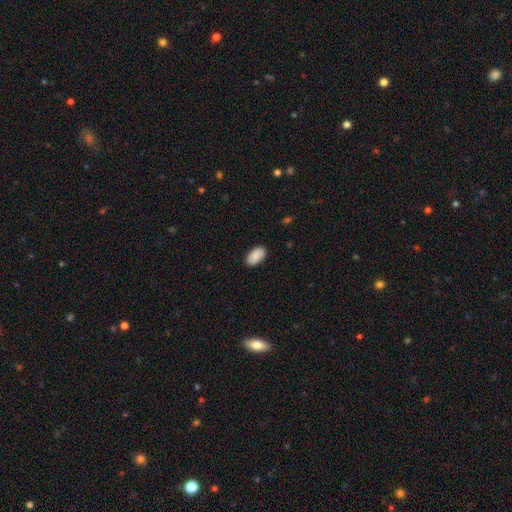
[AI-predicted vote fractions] Smooth or featured?
  - smooth: 85% *
  - featured or disk: 8%
  - star or artifact: 6%
How rounded?
  - in between: 95% *
  - round: 4%
  - cigar-shaped: 2%
Merging?
  - none: 87% *
  - minor disturbance: 10%
  - major disturbance: 2%
  - merger: 1%